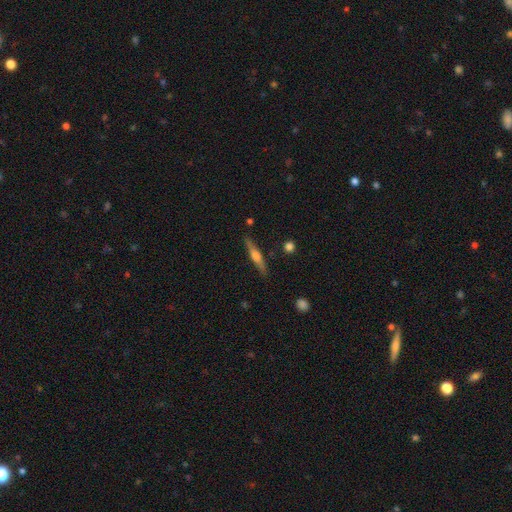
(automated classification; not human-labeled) Overall: featured or disk (62%; smooth 32%). Edge-on disk: yes (97%). Edge-on bulge: rounded (83%). Merging: none (87%).